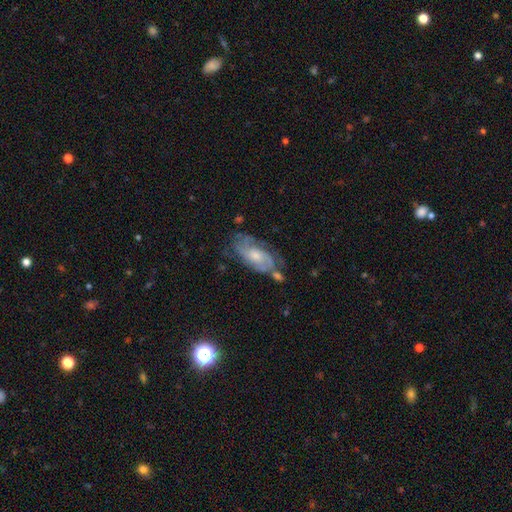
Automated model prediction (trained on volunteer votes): The model was most divided on "spiral winding": tight: 45%, medium: 41%, loose: 14%. Remaining: edge-on disk — no (93%); spiral arms — yes (90%); smooth or featured — featured or disk (76%); bar — no (69%); merging — none (58%); spiral arm count — 2 (50%); bulge size — moderate (49%).